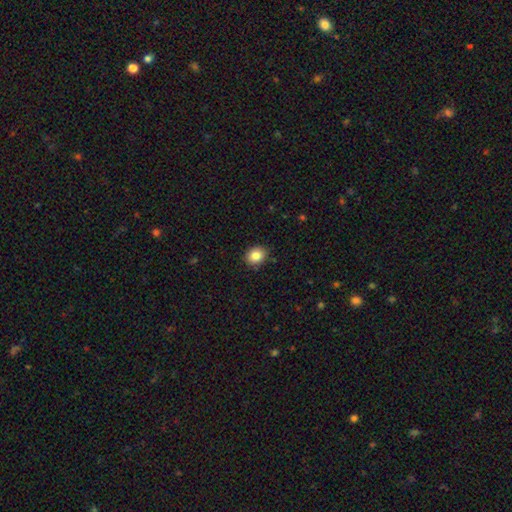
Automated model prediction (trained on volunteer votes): This is clearly a smooth galaxy (84%). How rounded: likely round (62%). Merging: clearly none (87%).